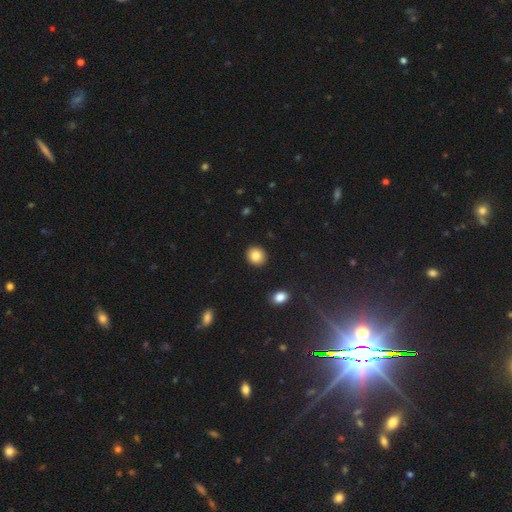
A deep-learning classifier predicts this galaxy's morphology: Smooth or featured? Predicted: smooth (p=0.84). How rounded? Predicted: round (p=0.81). Merging? Predicted: none (p=0.92).